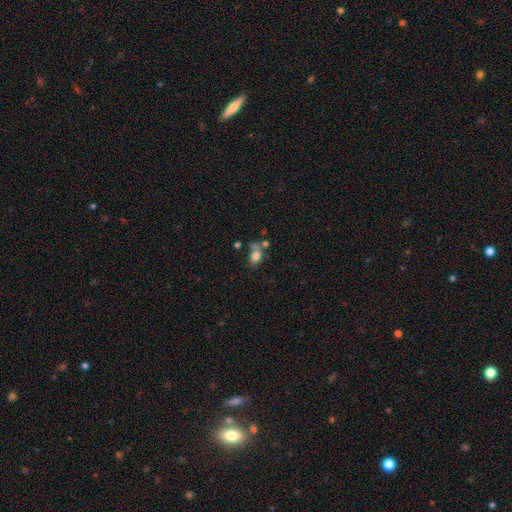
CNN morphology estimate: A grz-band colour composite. It shows a smooth galaxy with no disk features (76%) that is in between round and cigar-shaped (74%). Merging: none (43%).